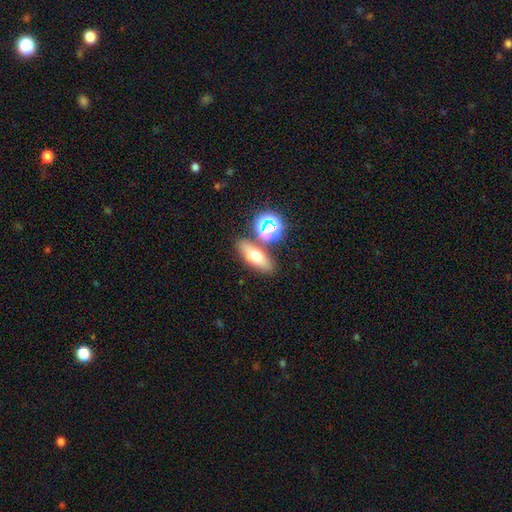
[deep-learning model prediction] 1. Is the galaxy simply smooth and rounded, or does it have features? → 61% smooth, 24% featured or disk, 15% star or artifact.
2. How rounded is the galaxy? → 61% in between, 24% cigar-shaped, 15% round.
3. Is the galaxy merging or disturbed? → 75% none, 13% merger, 9% minor disturbance, 3% major disturbance.